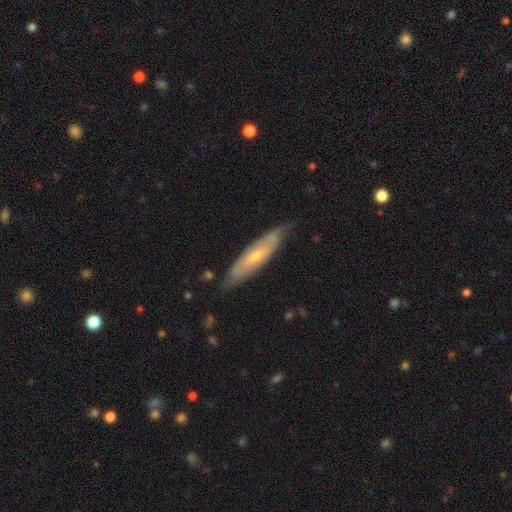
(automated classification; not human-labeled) A featured or disk galaxy (63%).

Vote fractions:
- Smooth or featured? featured or disk: 63% / smooth: 31% / star or artifact: 6%
- Edge-on disk? no: 60% / yes: 40%
- Merging? none: 71% / minor disturbance: 23% / major disturbance: 5% / merger: 2%